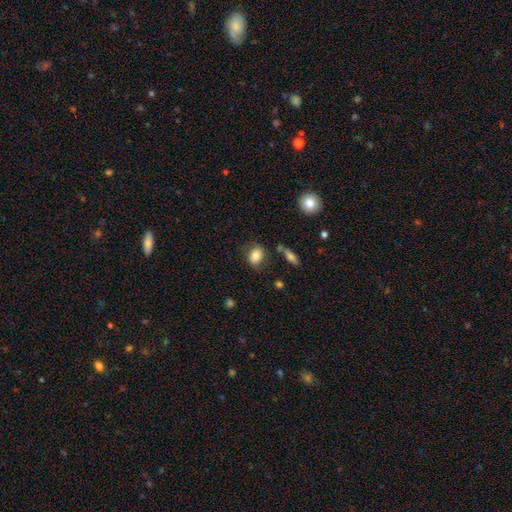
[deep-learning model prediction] Smooth or featured?
  - smooth: 81% *
  - featured or disk: 10%
  - star or artifact: 9%
How rounded?
  - in between: 62% *
  - round: 36%
  - cigar-shaped: 2%
Merging?
  - none: 73% *
  - minor disturbance: 17%
  - major disturbance: 5%
  - merger: 5%